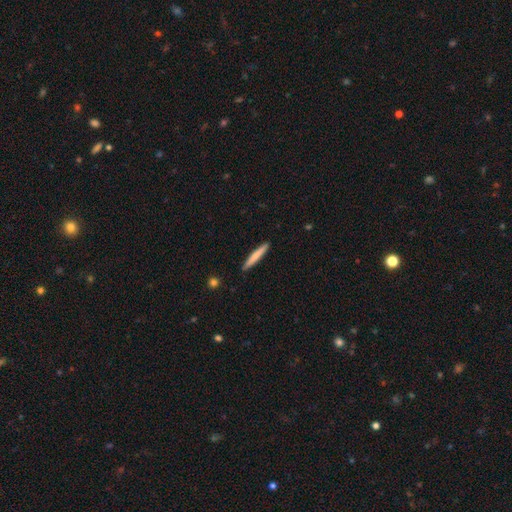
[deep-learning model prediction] This appears to be a smooth galaxy with no disk features (73%) that is cigar-shaped (95%). Merging: none (91%).